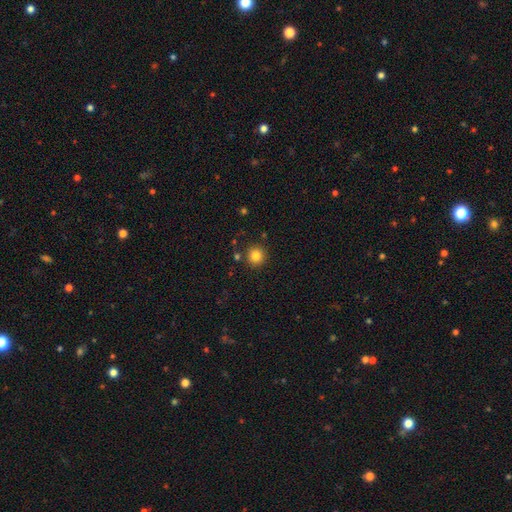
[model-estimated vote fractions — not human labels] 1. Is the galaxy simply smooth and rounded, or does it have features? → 82% smooth, 12% star or artifact, 6% featured or disk.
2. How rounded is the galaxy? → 94% round, 5% in between, 1% cigar-shaped.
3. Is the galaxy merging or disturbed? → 87% none, 7% minor disturbance, 4% merger, 2% major disturbance.